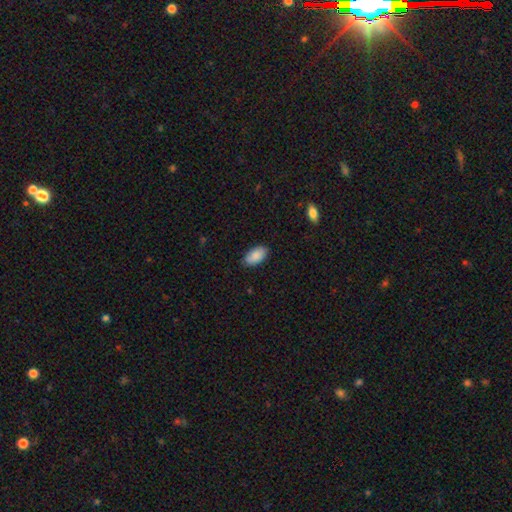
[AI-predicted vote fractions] Morphology: type=smooth (87%); roundness=in between (95%); merging=none (83%).